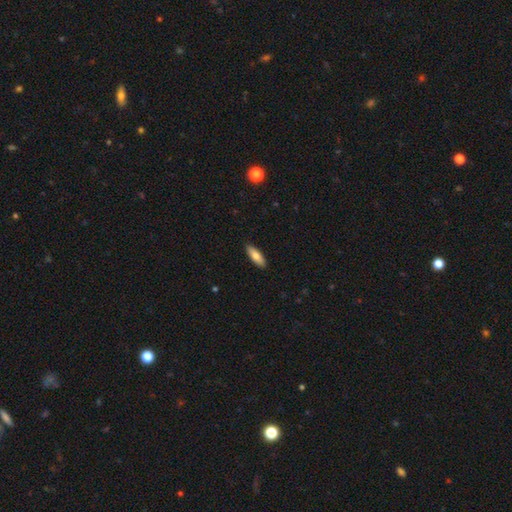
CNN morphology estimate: Smooth or featured? smooth (75%)
How rounded? in between (57%)
Merging? none (90%)